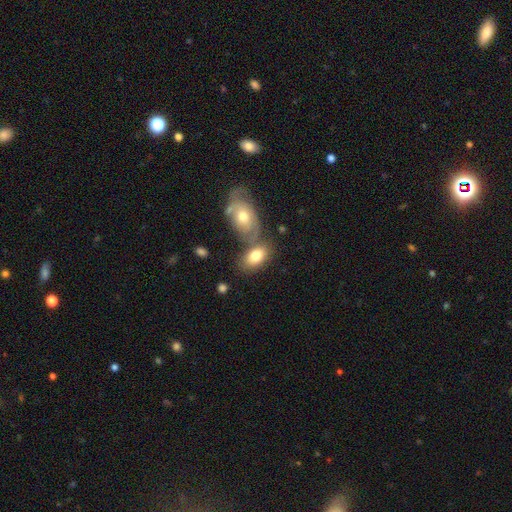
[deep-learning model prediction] A smooth galaxy with no disk features (75%) that is in between round and cigar-shaped (91%).

Vote fractions:
- Smooth or featured? smooth: 75% / featured or disk: 18% / star or artifact: 7%
- How rounded? in between: 91% / round: 7% / cigar-shaped: 2%
- Merging? none: 44% / merger: 38% / minor disturbance: 13% / major disturbance: 5%